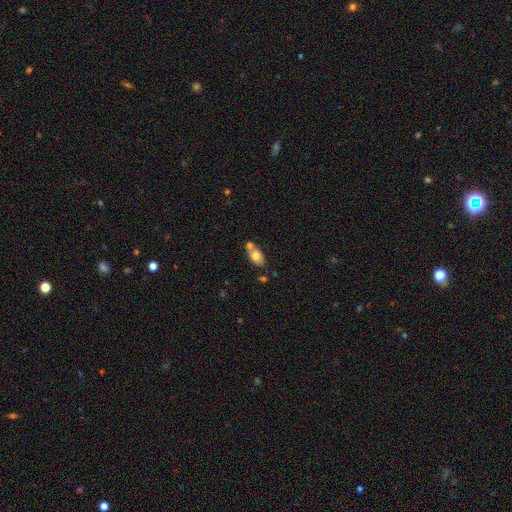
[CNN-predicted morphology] Smooth or featured?
  - smooth: 71% *
  - featured or disk: 21%
  - star or artifact: 8%
How rounded?
  - in between: 88% *
  - round: 8%
  - cigar-shaped: 4%
Merging?
  - none: 49% *
  - merger: 33%
  - minor disturbance: 14%
  - major disturbance: 4%